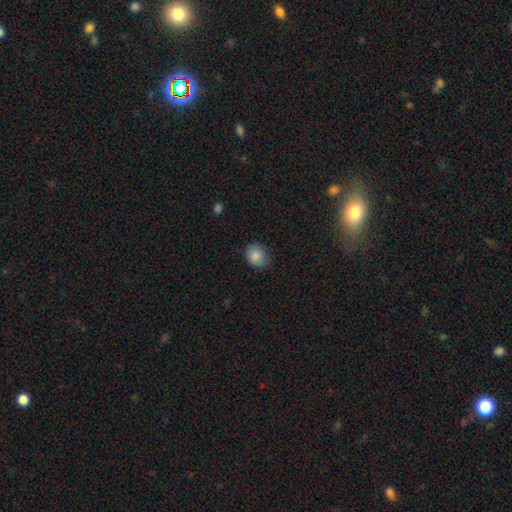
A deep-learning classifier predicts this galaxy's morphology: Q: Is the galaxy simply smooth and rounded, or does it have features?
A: smooth — 86%.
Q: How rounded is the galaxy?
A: round — 53%.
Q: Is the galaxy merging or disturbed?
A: none — 72%.